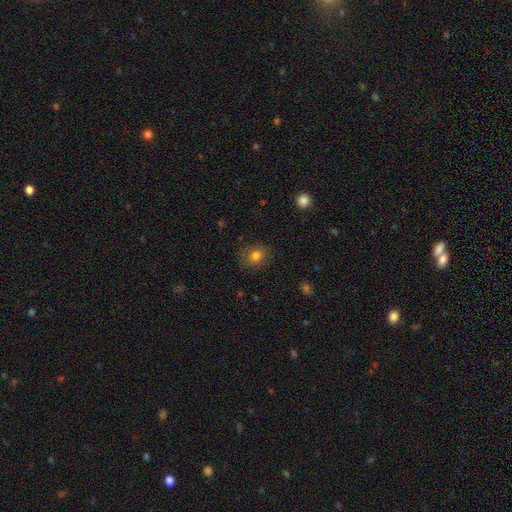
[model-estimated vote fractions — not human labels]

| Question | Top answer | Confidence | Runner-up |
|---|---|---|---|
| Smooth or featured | smooth | 79% | star or artifact (11%) |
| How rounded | round | 63% | in between (36%) |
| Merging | none | 81% | minor disturbance (14%) |